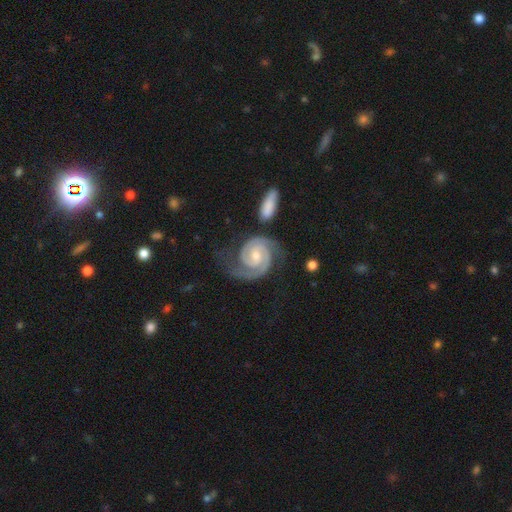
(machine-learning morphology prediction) Smooth or featured? featured or disk (92%)
Edge-on disk? no (98%)
Bar? no (59%)
Spiral arms? yes (99%)
Spiral winding? tight (67%)
Spiral arm count? 2 (84%)
Bulge size? small (53%)
Merging? none (62%)